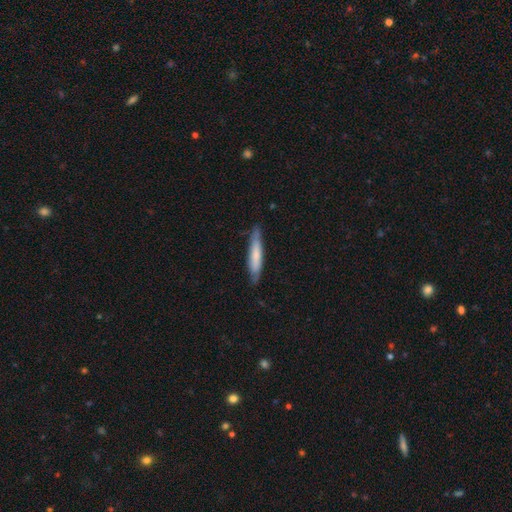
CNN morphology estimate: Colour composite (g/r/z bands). It shows a smooth galaxy with no disk features (64%) that is cigar-shaped (90%). Merging: none (79%).